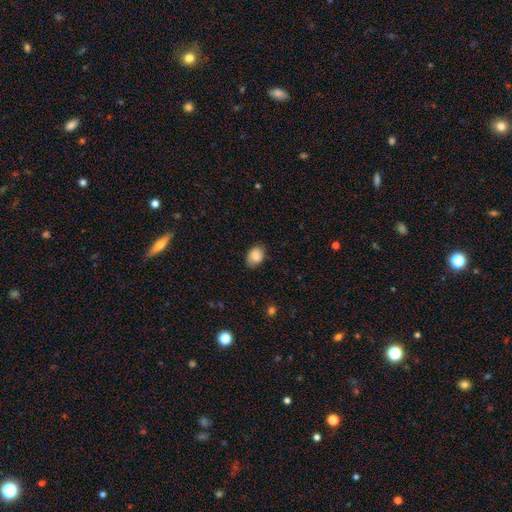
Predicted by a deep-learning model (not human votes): Smooth or featured? smooth (85%)
How rounded? in between (68%)
Merging? none (76%)